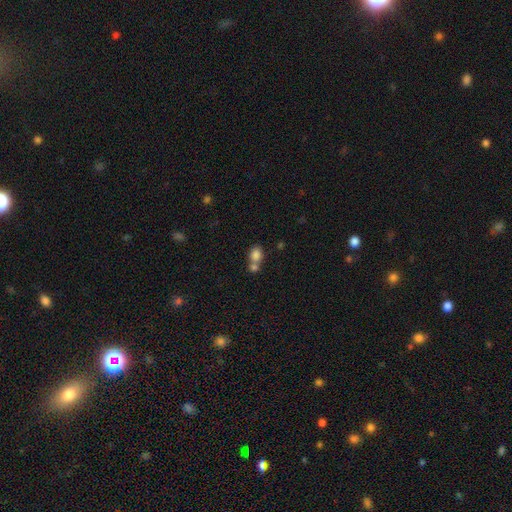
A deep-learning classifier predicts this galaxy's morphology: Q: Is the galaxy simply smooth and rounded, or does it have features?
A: smooth — 81%.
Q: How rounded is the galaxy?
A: round — 53%.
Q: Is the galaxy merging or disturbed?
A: merger — 54%.